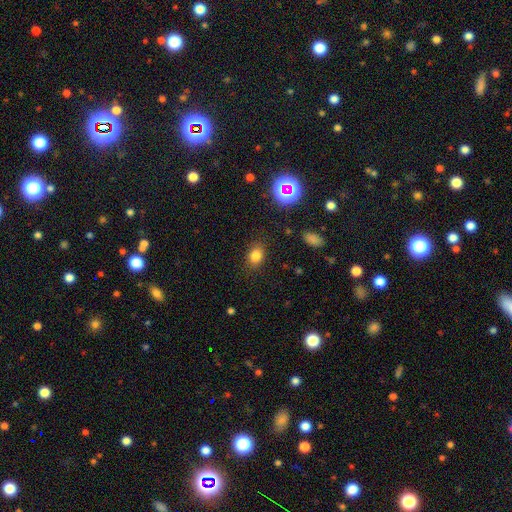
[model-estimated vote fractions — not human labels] smooth-or-featured: smooth: 79% | star or artifact: 14% | featured or disk: 7%
  how-rounded: in between: 63% | round: 36% | cigar-shaped: 1%
  merging: none: 85% | minor disturbance: 10% | major disturbance: 3% | merger: 1%